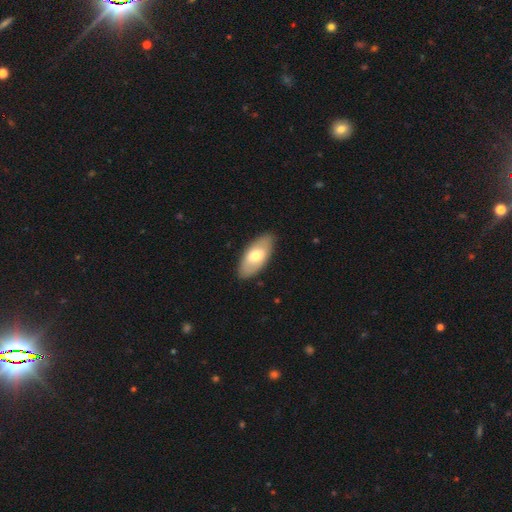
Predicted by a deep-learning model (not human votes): Smooth or featured? smooth (66%)
How rounded? in between (90%)
Merging? none (86%)